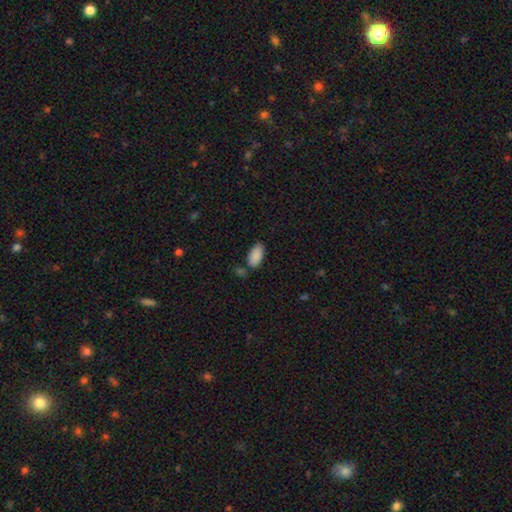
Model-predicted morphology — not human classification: Overall: smooth (89%). How rounded: in between (92%). Merging: none (72%).